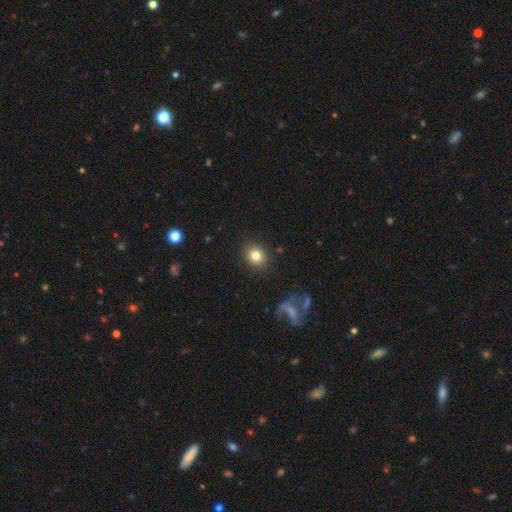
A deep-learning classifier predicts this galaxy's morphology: Smooth or featured: smooth — 81% (star or artifact — 11%)
How rounded: round — 74% (in between — 25%)
Merging: none — 89% (minor disturbance — 7%)